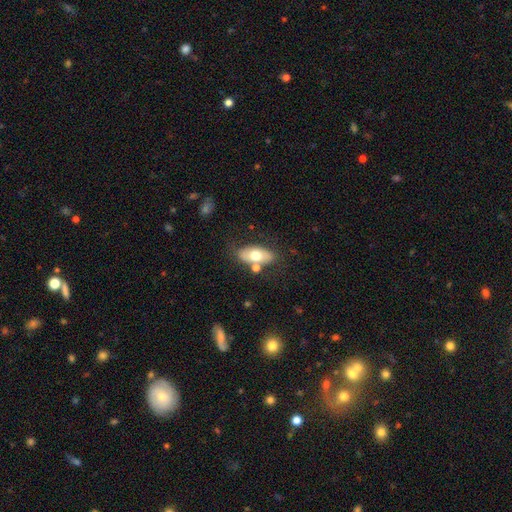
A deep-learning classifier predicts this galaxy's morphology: Q: Smooth or featured?
A: smooth (63%); runner-up: featured or disk (31%)
Q: How rounded?
A: in between (89%); runner-up: cigar-shaped (6%)
Q: Merging?
A: none (67%); runner-up: minor disturbance (15%)